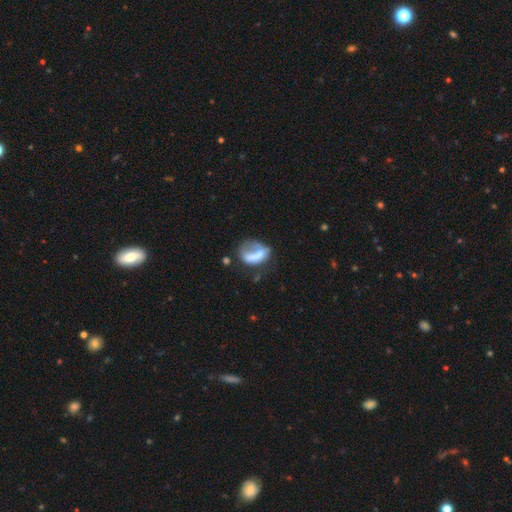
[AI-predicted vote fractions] Smooth or featured?
  - smooth: 55% *
  - featured or disk: 36%
  - star or artifact: 9%
How rounded?
  - in between: 69% *
  - round: 28%
  - cigar-shaped: 3%
Merging?
  - major disturbance: 39% *
  - none: 28%
  - minor disturbance: 22%
  - merger: 10%